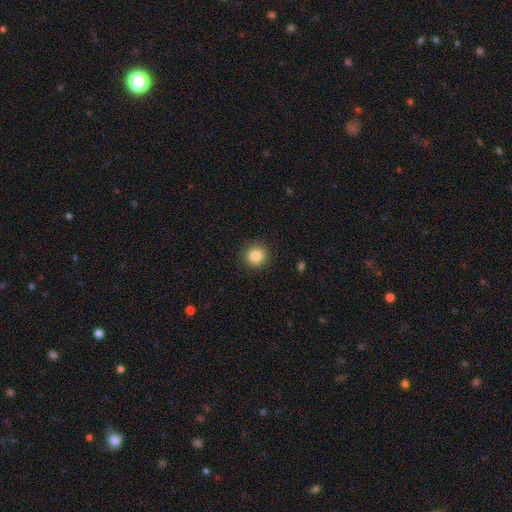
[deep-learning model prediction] Overall: smooth (86%). How rounded: round (93%). Merging: none (91%).